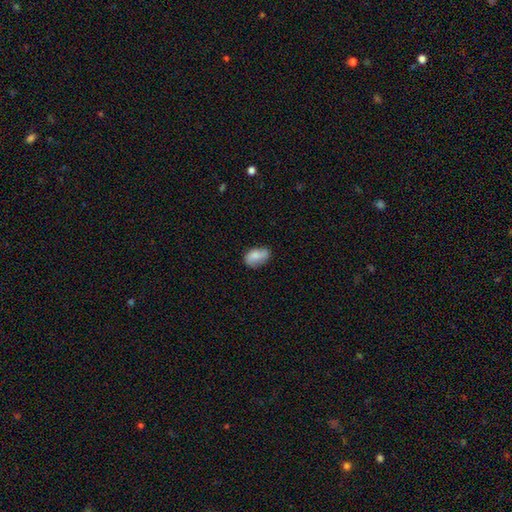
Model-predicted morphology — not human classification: Overall: smooth (74%). How rounded: in between (88%). Merging: none (61%; minor disturbance 29%).